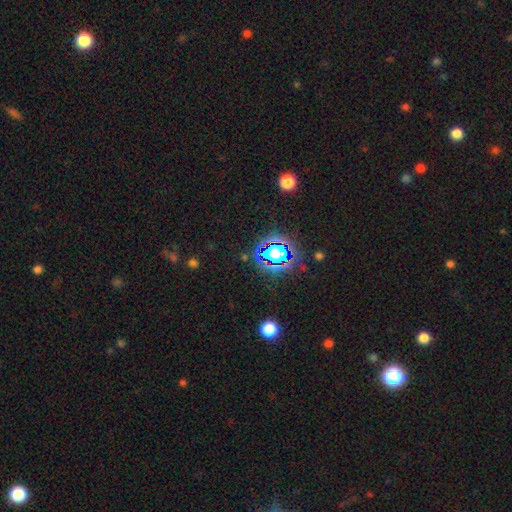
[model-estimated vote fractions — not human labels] Overall: star or artifact (80%).